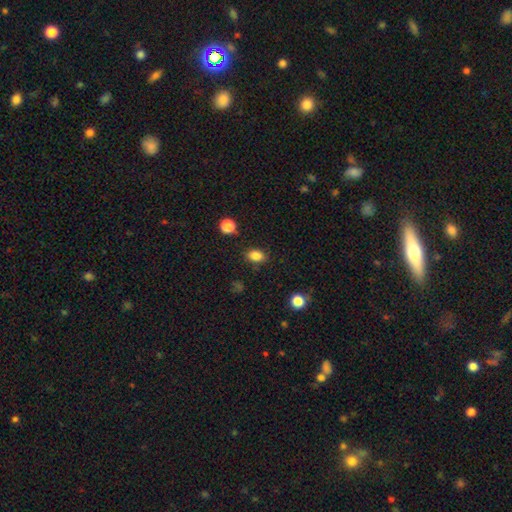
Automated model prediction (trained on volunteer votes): This appears to be a smooth galaxy with no disk features (85%) that is in between round and cigar-shaped (75%). Merging: none (84%).